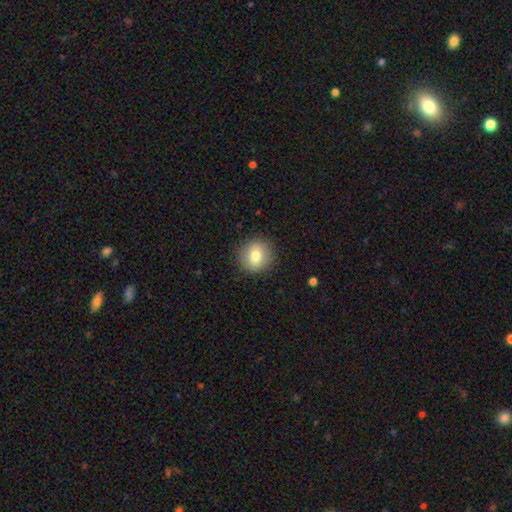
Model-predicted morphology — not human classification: Overall: smooth (77%). How rounded: round (90%). Merging: none (89%).